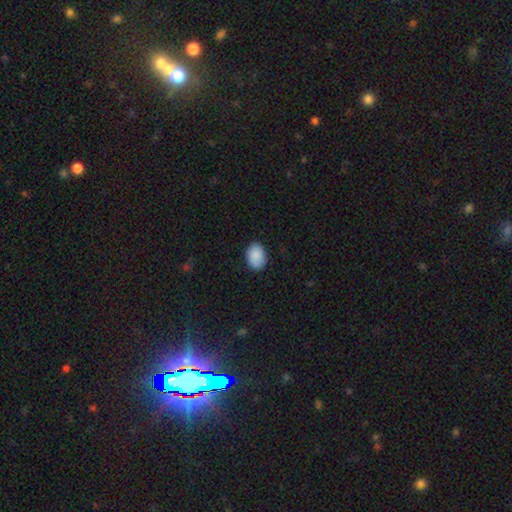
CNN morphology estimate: A smooth galaxy with no disk features (90%) that is in between round and cigar-shaped (82%).

Vote fractions:
- Smooth or featured? smooth: 90% / star or artifact: 6% / featured or disk: 4%
- How rounded? in between: 82% / round: 17% / cigar-shaped: 1%
- Merging? none: 85% / minor disturbance: 12% / major disturbance: 2% / merger: 1%